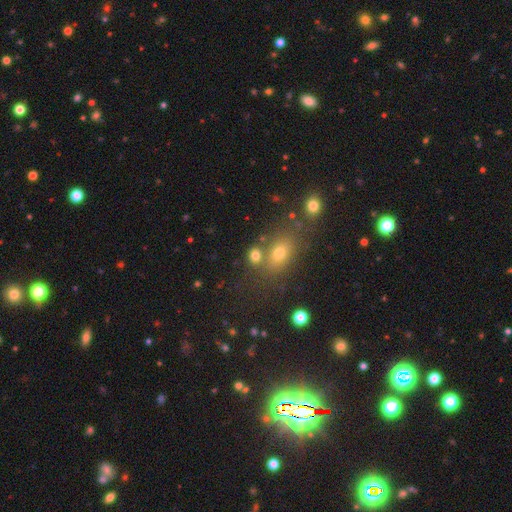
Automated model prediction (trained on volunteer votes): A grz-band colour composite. It shows a smooth galaxy with no disk features (74%) that is in between round and cigar-shaped (51%). Merging: none (60%).